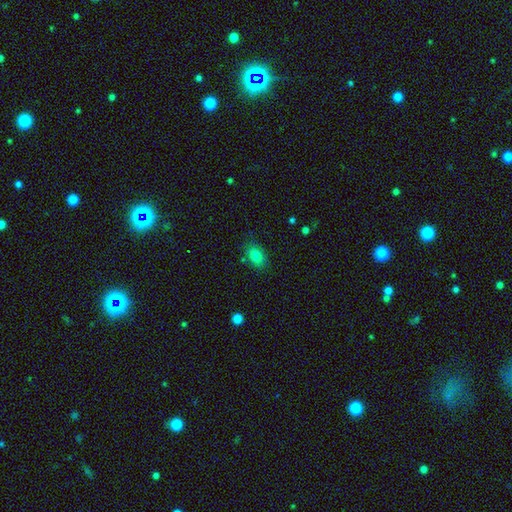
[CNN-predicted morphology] A smooth galaxy with no disk features (83%) that is in between round and cigar-shaped (83%).

Vote fractions:
- Smooth or featured? smooth: 83% / star or artifact: 10% / featured or disk: 7%
- How rounded? in between: 83% / round: 15% / cigar-shaped: 2%
- Merging? none: 79% / minor disturbance: 14% / major disturbance: 4% / merger: 3%